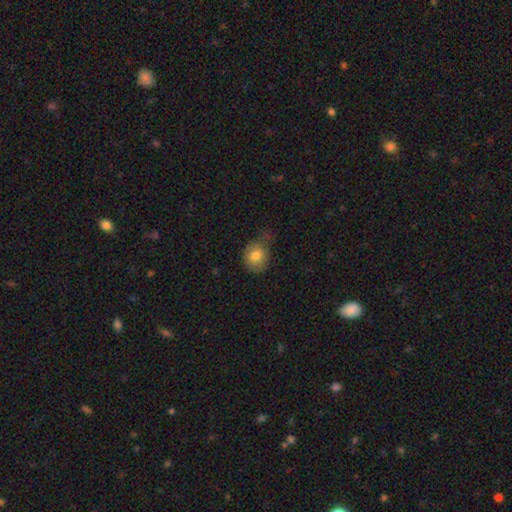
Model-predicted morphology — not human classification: A smooth galaxy with no disk features (79%) that is round (75%).

Vote fractions:
- Smooth or featured? smooth: 79% / featured or disk: 12% / star or artifact: 10%
- How rounded? round: 75% / in between: 24% / cigar-shaped: 1%
- Merging? none: 44% / minor disturbance: 36% / major disturbance: 17% / merger: 4%